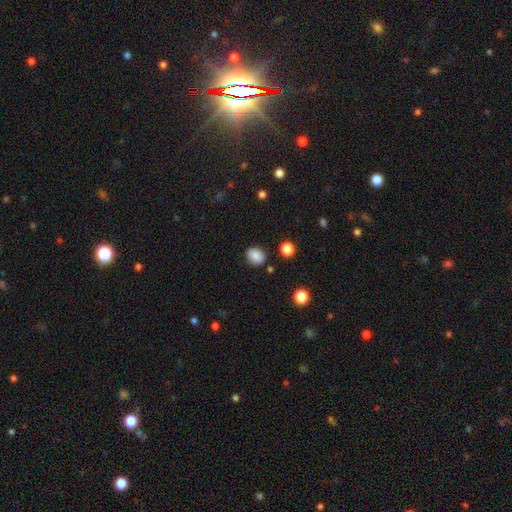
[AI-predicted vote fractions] Morphology: type=smooth (85%); roundness=round (58%); merging=none (84%).